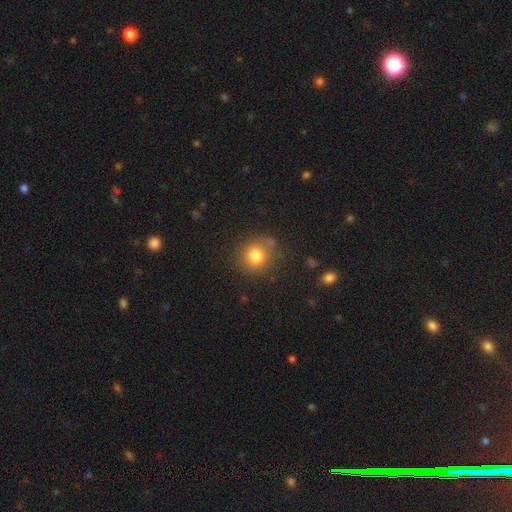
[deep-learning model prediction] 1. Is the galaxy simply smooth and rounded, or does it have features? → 79% smooth, 12% star or artifact, 8% featured or disk.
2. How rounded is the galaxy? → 88% round, 11% in between, 1% cigar-shaped.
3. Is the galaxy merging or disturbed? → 76% none, 14% minor disturbance, 5% merger, 5% major disturbance.